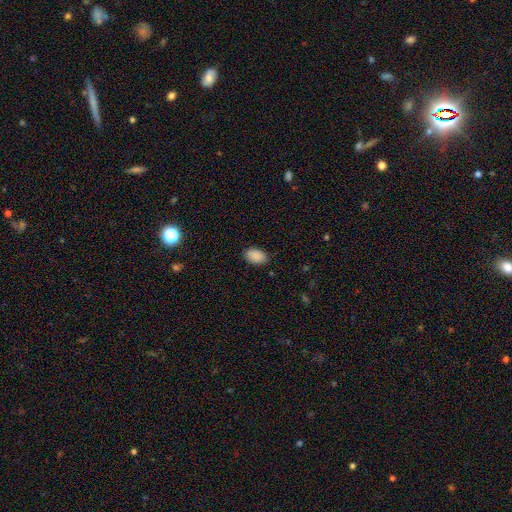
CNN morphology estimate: smooth_or_featured: smooth (p=0.89) [alt: star or artifact p=0.08]
how_rounded: in between (p=0.90) [alt: round p=0.09]
merging: none (p=0.82) [alt: minor disturbance p=0.14]